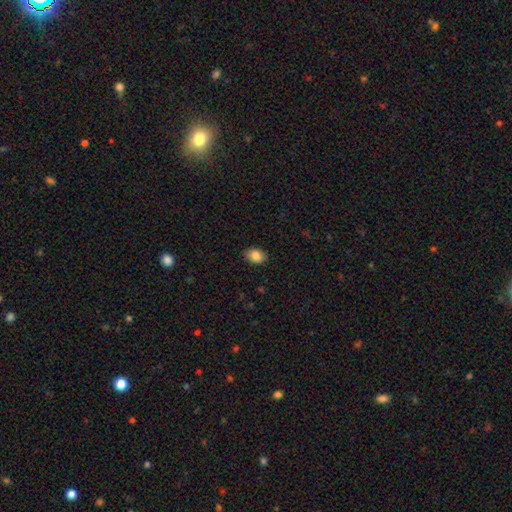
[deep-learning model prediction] The model was most divided on "how rounded": in between: 81%, round: 17%, cigar-shaped: 1%. More confident: merging — none (88%); smooth or featured — smooth (87%).